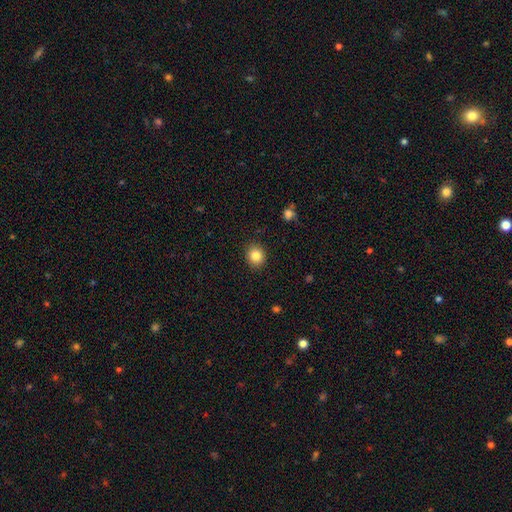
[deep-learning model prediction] This is clearly a smooth galaxy (84%). How rounded: likely round (75%). Merging: clearly none (90%).